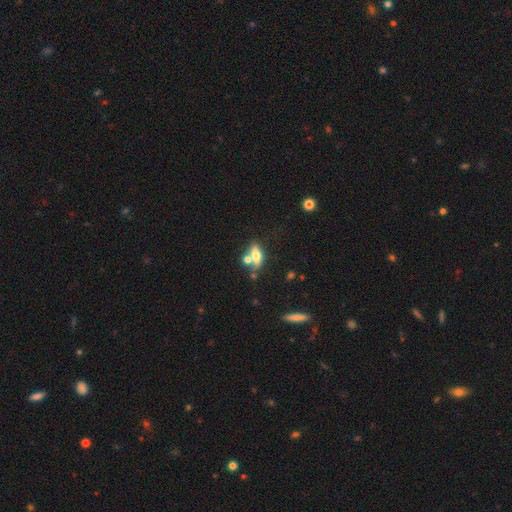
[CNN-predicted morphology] Smooth or featured? smooth (54%)
How rounded? in between (63%)
Merging? none (49%)